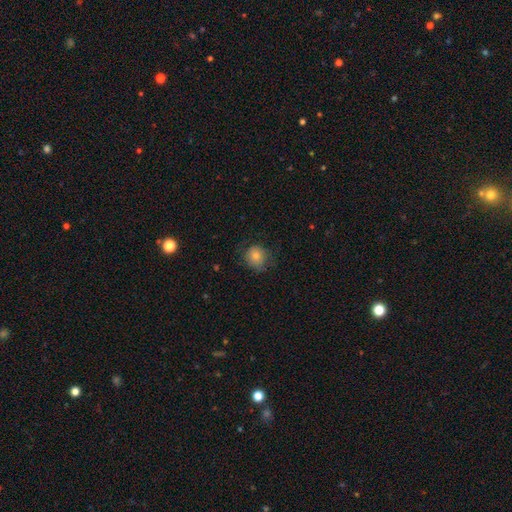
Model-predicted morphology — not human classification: Q: Smooth or featured?
A: smooth (76%); runner-up: featured or disk (13%)
Q: How rounded?
A: round (77%); runner-up: in between (22%)
Q: Merging?
A: none (70%); runner-up: minor disturbance (21%)